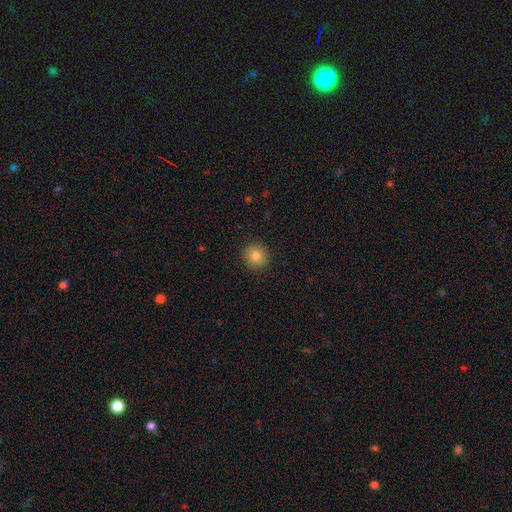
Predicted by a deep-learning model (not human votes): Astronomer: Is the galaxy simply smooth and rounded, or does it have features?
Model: smooth — 82%.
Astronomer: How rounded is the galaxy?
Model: round — 91%.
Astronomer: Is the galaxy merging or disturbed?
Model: none — 91%.